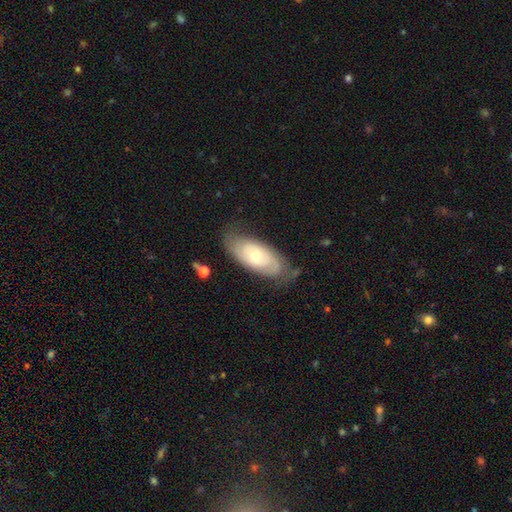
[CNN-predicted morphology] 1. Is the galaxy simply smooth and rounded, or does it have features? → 67% featured or disk, 27% smooth, 6% star or artifact.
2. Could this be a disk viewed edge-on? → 90% no, 10% yes.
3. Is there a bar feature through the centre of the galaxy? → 80% no, 17% weak, 4% strong.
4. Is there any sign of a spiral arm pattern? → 81% yes, 19% no.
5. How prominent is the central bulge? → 53% moderate, 42% small, 3% large, 1% none, 1% dominant.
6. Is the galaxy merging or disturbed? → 71% none, 21% minor disturbance, 7% major disturbance, 2% merger.